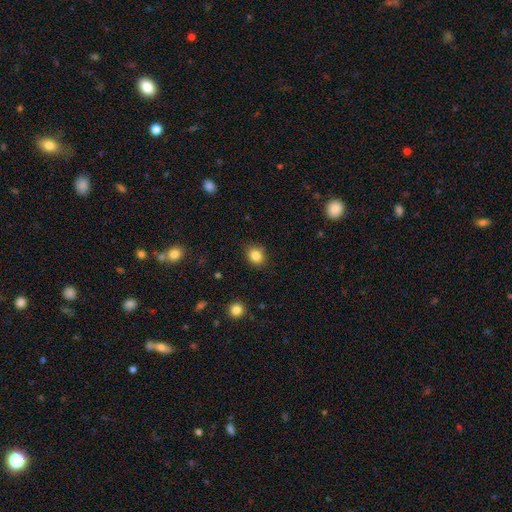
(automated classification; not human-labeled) Morphology: type=smooth (84%); roundness=round (62%); merging=none (85%).